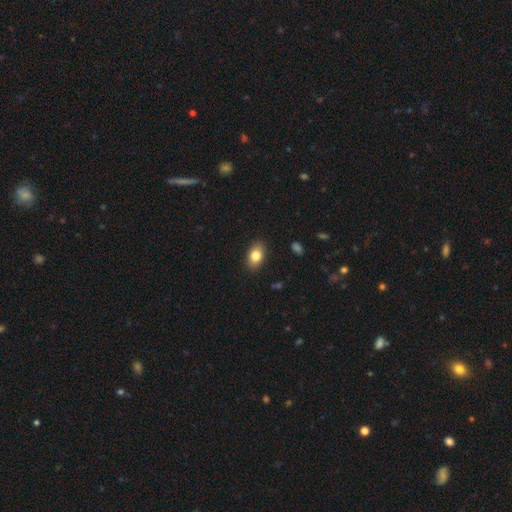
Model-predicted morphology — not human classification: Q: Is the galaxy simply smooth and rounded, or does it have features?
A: smooth — 82%.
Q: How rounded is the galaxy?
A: in between — 86%.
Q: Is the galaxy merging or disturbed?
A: none — 88%.